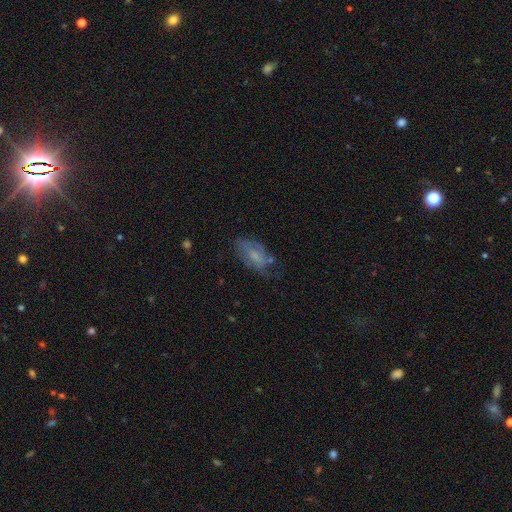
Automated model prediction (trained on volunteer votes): smooth_or_featured: smooth (p=0.46) [alt: featured or disk p=0.44]
merging: none (p=0.50) [alt: minor disturbance p=0.30]